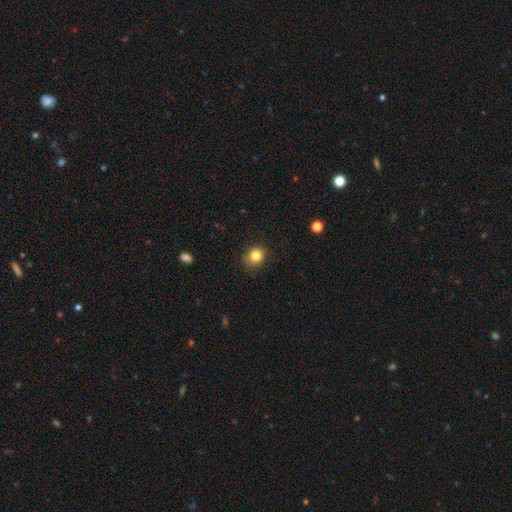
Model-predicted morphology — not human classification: A smooth galaxy with no disk features (83%) that is round (78%).

Vote fractions:
- Smooth or featured? smooth: 83% / star or artifact: 12% / featured or disk: 6%
- How rounded? round: 78% / in between: 21% / cigar-shaped: 1%
- Merging? none: 85% / minor disturbance: 11% / major disturbance: 3% / merger: 1%